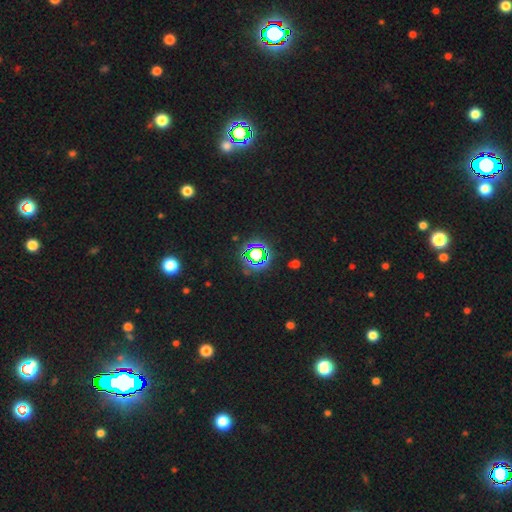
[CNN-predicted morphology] smooth-or-featured: star or artifact: 70% | smooth: 20% | featured or disk: 10%